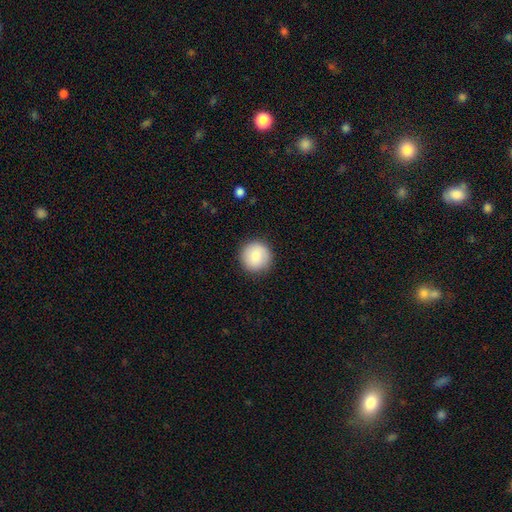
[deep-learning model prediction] This appears to be a smooth galaxy with no disk features (81%) that is round (96%). Merging: none (90%).